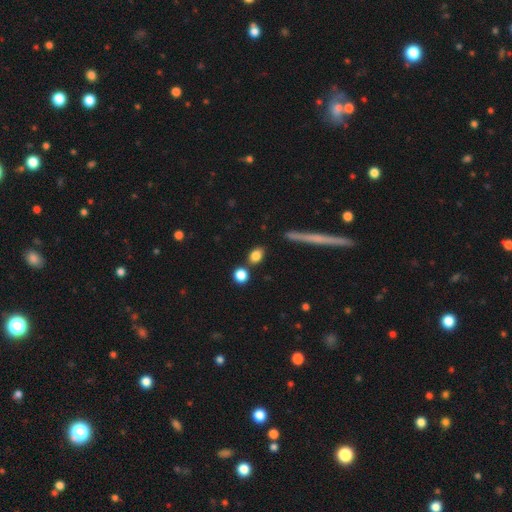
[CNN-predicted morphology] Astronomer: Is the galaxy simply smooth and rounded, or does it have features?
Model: smooth — 82%.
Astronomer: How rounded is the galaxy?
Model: in between — 59%.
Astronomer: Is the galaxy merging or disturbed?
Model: none — 75%.